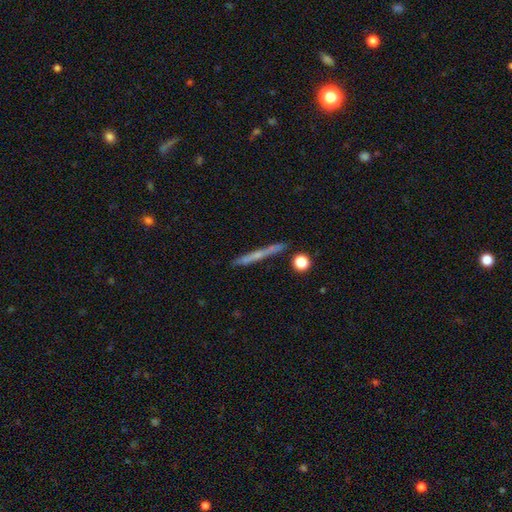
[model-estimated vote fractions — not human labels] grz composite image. It shows a featured or disk galaxy (51%) viewed edge-on (95%). Merging: none (85%).